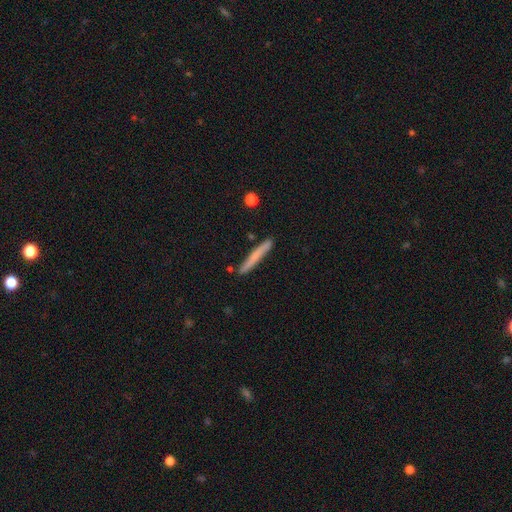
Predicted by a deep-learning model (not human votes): smooth 66%, featured or disk 28%, star or artifact 6%. Down the decision tree: how rounded — cigar-shaped (96%); merging — none (85%).